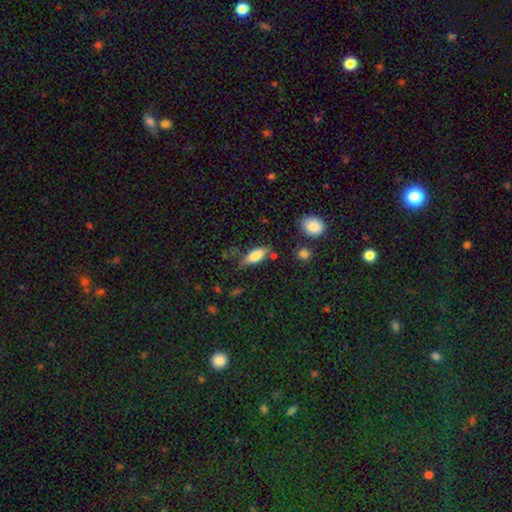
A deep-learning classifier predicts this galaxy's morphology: Overall: smooth (72%). How rounded: in between (70%). Merging: none (65%).